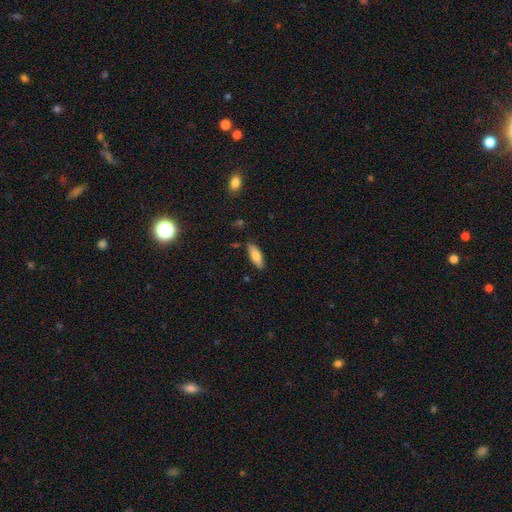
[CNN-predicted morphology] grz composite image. It shows a smooth galaxy with no disk features (78%) that is in between round and cigar-shaped (65%). Merging: none (85%).